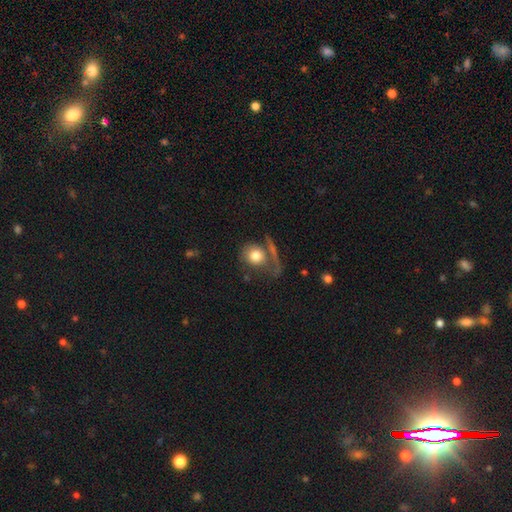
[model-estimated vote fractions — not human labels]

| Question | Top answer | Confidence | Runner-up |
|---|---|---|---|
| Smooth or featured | smooth | 73% | featured or disk (19%) |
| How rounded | round | 73% | in between (25%) |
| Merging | none | 49% | merger (20%) |